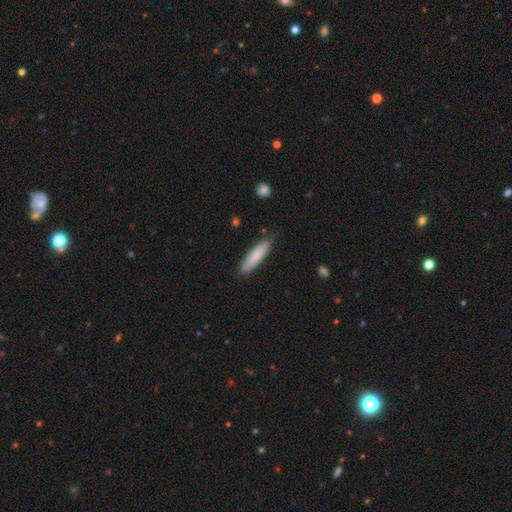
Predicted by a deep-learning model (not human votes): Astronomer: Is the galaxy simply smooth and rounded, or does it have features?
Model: smooth — 82%.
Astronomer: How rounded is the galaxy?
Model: cigar-shaped — 74%.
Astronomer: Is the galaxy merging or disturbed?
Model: none — 85%.